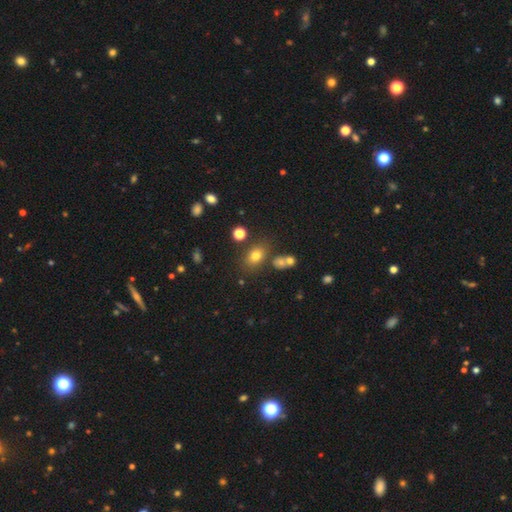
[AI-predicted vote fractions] Smooth or featured: smooth — 74% (star or artifact — 15%)
How rounded: in between — 71% (round — 27%)
Merging: none — 72% (minor disturbance — 13%)